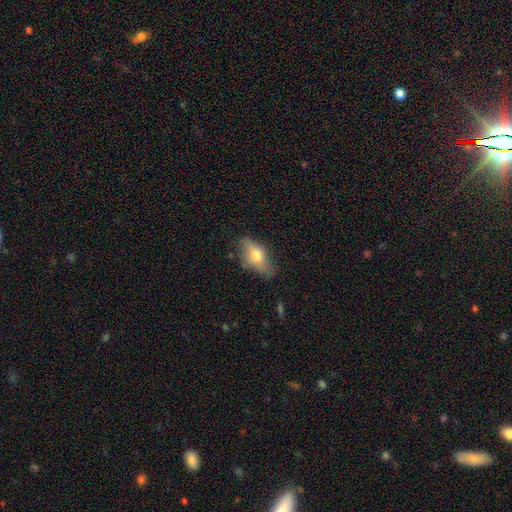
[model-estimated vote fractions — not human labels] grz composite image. It shows a smooth galaxy with no disk features (63%) that is in between round and cigar-shaped (85%). Merging: none (64%).